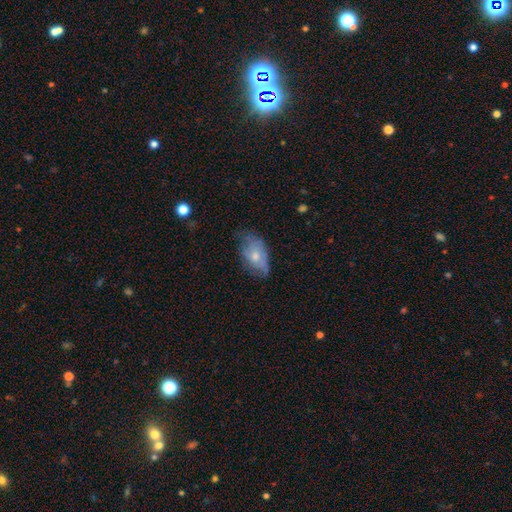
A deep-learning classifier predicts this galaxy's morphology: Smooth or featured?
  - smooth: 59% *
  - featured or disk: 33%
  - star or artifact: 7%
How rounded?
  - in between: 91% *
  - round: 7%
  - cigar-shaped: 2%
Merging?
  - none: 46% *
  - minor disturbance: 37%
  - major disturbance: 16%
  - merger: 2%